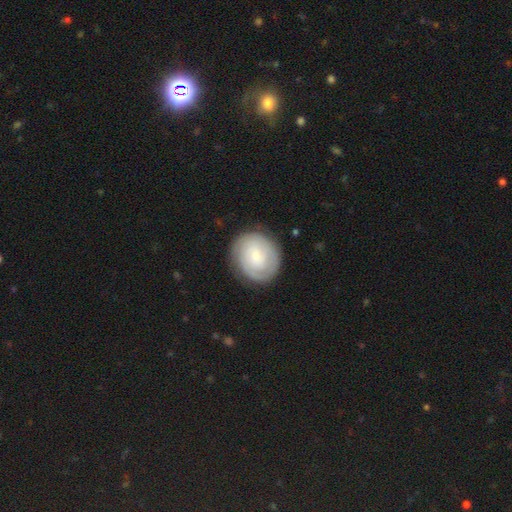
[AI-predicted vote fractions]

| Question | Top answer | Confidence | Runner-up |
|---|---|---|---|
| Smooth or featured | featured or disk | 59% | smooth (34%) |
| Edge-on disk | no | 98% | yes (2%) |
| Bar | no | 59% | weak (34%) |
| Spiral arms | yes | 87% | no (13%) |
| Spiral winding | tight | 72% | medium (22%) |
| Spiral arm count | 2 | 38% | can't tell (37%) |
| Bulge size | small | 66% | moderate (21%) |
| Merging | none | 82% | minor disturbance (13%) |